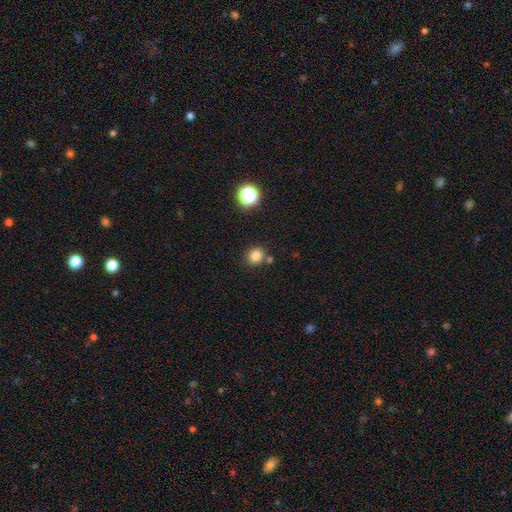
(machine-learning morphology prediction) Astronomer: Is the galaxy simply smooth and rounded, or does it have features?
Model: smooth — 82%.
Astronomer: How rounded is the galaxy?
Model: round — 86%.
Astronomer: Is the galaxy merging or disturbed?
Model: none — 78%.